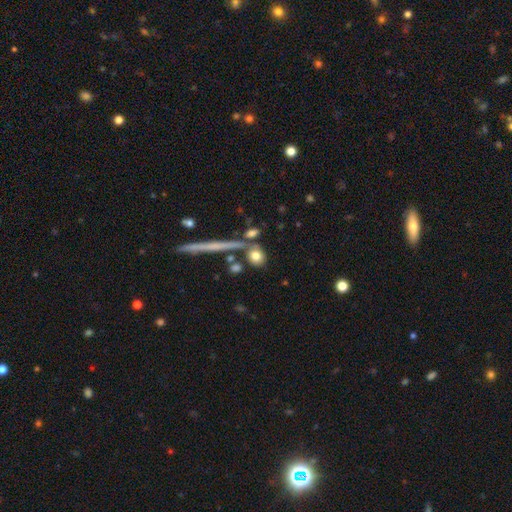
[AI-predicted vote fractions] Smooth or featured: smooth — 77% (featured or disk — 14%)
How rounded: round — 69% (in between — 22%)
Merging: none — 69% (merger — 15%)